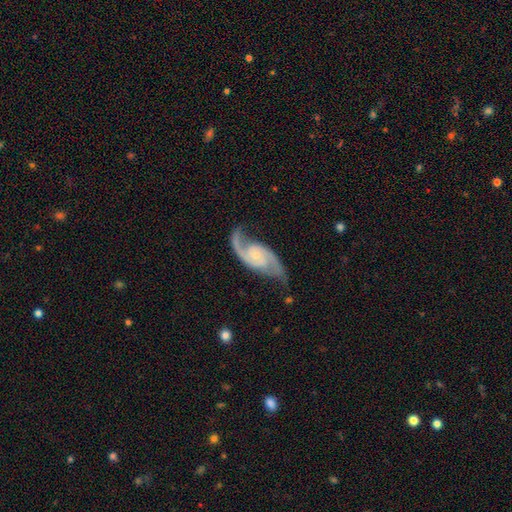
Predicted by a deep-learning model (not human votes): featured or disk 91%, star or artifact 4%, smooth 4%. Down the decision tree: edge-on disk — no (97%); bar — no (63%); spiral arms — yes (98%); spiral arm count — 2 (93%); spiral winding — medium (51%); bulge size — small (69%); merging — none (72%).